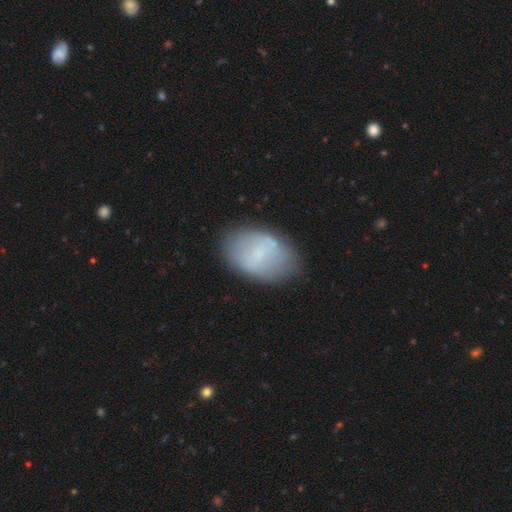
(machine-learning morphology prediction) smooth 51%, featured or disk 40%, star or artifact 9%. Down the decision tree: how rounded — in between (88%); merging — none (77%).